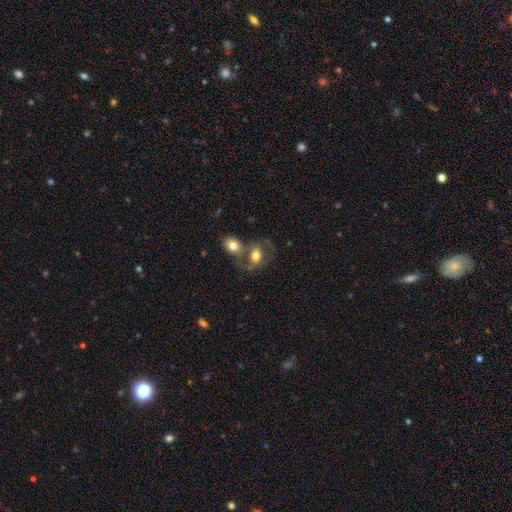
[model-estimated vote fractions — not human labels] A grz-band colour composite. It shows a smooth galaxy with no disk features (66%) that is in between round and cigar-shaped (71%). Merging: merger (47%).